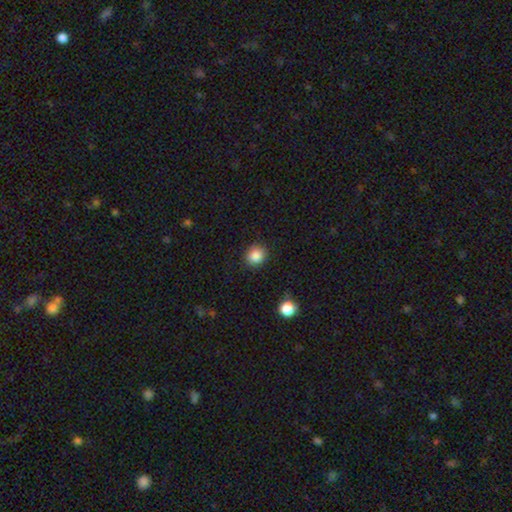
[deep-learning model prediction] This is clearly a smooth galaxy (87%). How rounded: clearly round (81%). Merging: clearly none (87%).